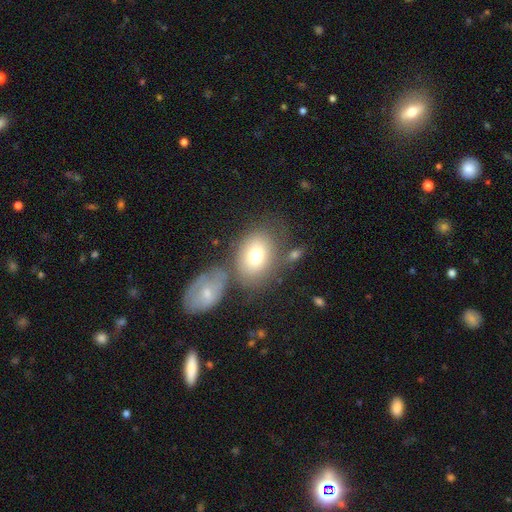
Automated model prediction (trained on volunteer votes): Q: Smooth or featured?
A: smooth (71%); runner-up: featured or disk (20%)
Q: How rounded?
A: in between (67%); runner-up: round (32%)
Q: Merging?
A: none (52%); runner-up: merger (21%)